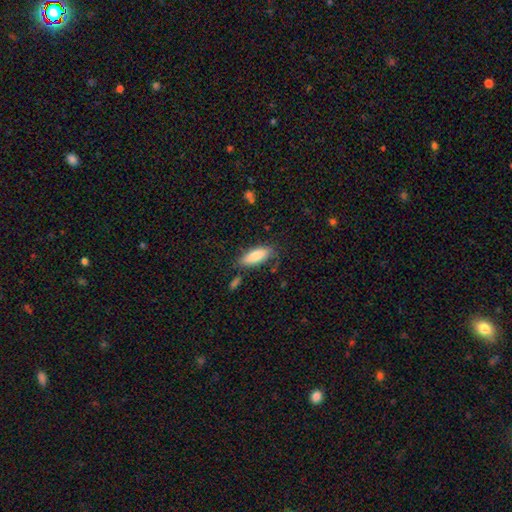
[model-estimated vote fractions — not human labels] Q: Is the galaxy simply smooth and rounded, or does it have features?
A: smooth — 85%.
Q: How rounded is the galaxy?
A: in between — 75%.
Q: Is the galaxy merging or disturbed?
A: none — 76%.